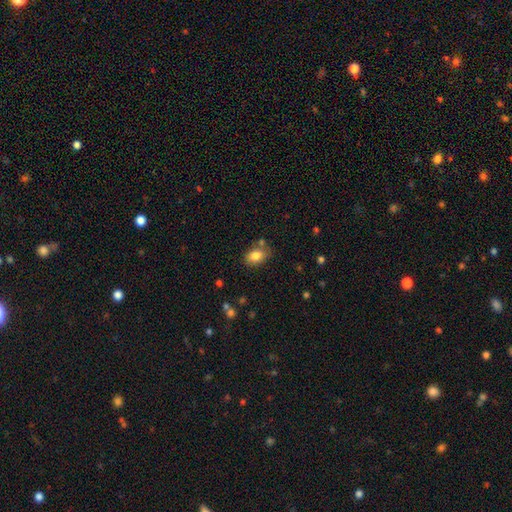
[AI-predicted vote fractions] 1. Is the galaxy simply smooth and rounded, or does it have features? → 84% smooth, 8% star or artifact, 8% featured or disk.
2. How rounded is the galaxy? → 85% in between, 14% round, 1% cigar-shaped.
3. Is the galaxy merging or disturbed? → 72% none, 16% minor disturbance, 8% merger, 4% major disturbance.